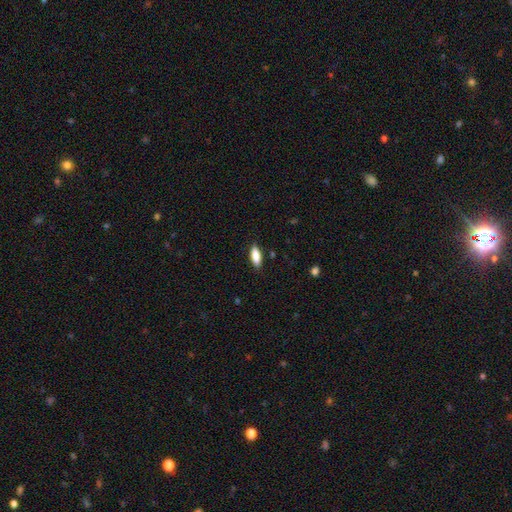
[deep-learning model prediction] smooth-or-featured: smooth: 83% | featured or disk: 10% | star or artifact: 7%
  how-rounded: in between: 69% | cigar-shaped: 29% | round: 2%
  merging: none: 85% | minor disturbance: 11% | major disturbance: 2% | merger: 1%